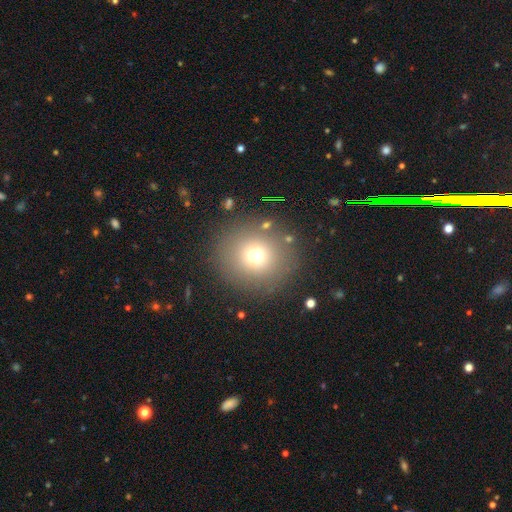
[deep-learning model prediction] Smooth or featured: smooth — 69% (star or artifact — 18%)
How rounded: round — 92% (in between — 7%)
Merging: none — 85% (minor disturbance — 8%)